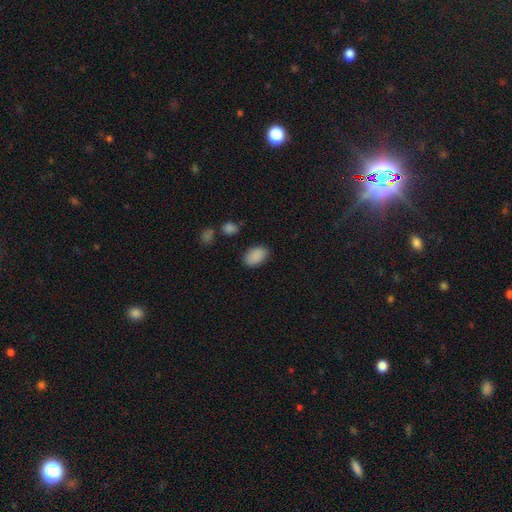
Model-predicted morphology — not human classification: smooth 89%, star or artifact 8%, featured or disk 3%. Down the decision tree: how rounded — in between (90%); merging — none (86%).